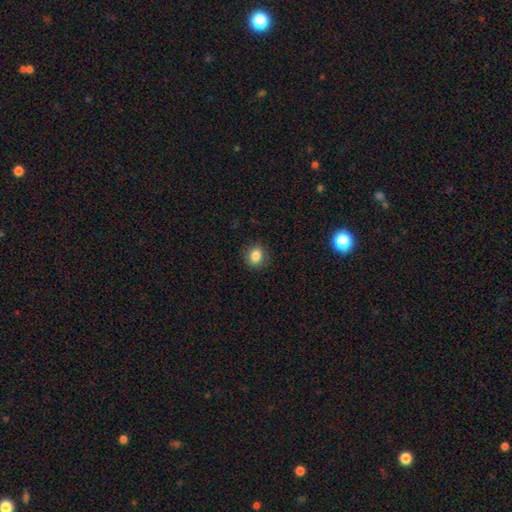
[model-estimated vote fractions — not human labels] Smooth or featured? Predicted: smooth (p=0.85). How rounded? Predicted: round (p=0.64). Merging? Predicted: none (p=0.87).